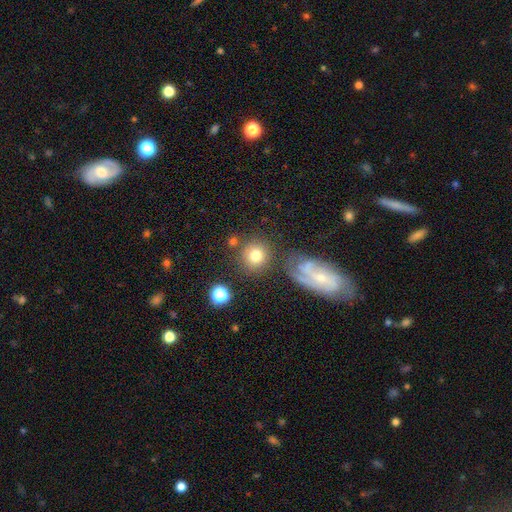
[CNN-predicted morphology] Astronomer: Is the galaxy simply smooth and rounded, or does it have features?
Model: smooth — 74%.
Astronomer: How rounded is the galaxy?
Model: round — 89%.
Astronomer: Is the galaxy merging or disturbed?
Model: none — 73%.